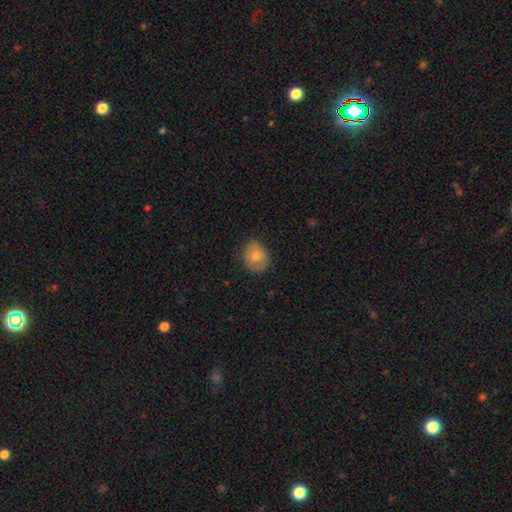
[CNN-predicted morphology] Smooth or featured? smooth (74%)
How rounded? round (65%)
Merging? none (68%)